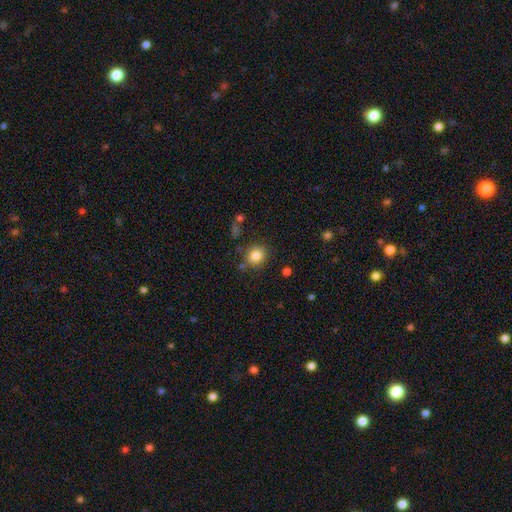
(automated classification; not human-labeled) Smooth or featured?
  - smooth: 84% *
  - star or artifact: 10%
  - featured or disk: 6%
How rounded?
  - round: 78% *
  - in between: 21%
  - cigar-shaped: 1%
Merging?
  - none: 82% *
  - minor disturbance: 10%
  - merger: 4%
  - major disturbance: 3%